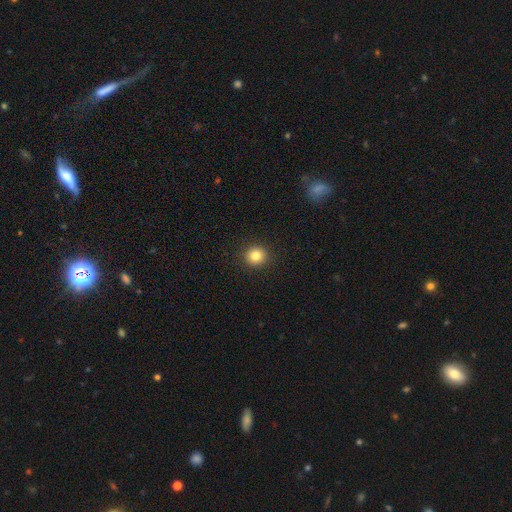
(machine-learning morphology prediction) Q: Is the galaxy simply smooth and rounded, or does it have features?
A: smooth — 83%.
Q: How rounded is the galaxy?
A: round — 92%.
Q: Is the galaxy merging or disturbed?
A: none — 92%.